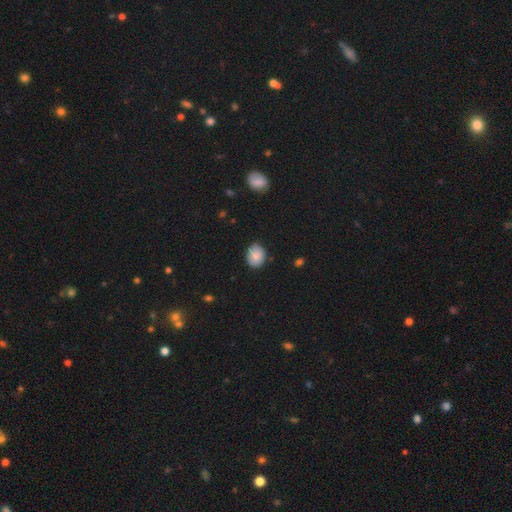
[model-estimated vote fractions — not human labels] smooth 87%, star or artifact 8%, featured or disk 6%. Down the decision tree: how rounded — in between (57%); merging — none (83%).